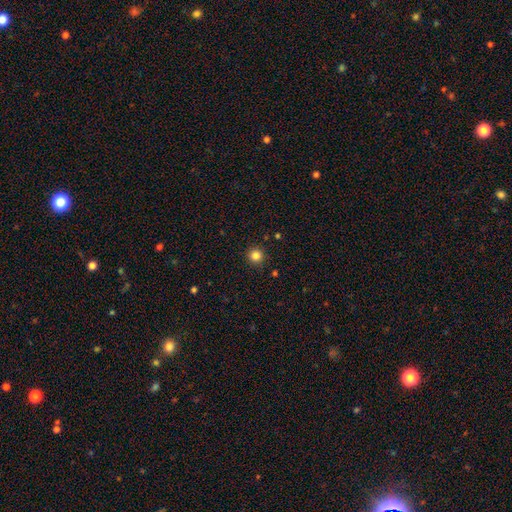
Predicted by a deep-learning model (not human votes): Q: Smooth or featured?
A: smooth (83%); runner-up: star or artifact (12%)
Q: How rounded?
A: round (95%); runner-up: in between (4%)
Q: Merging?
A: none (92%); runner-up: minor disturbance (5%)